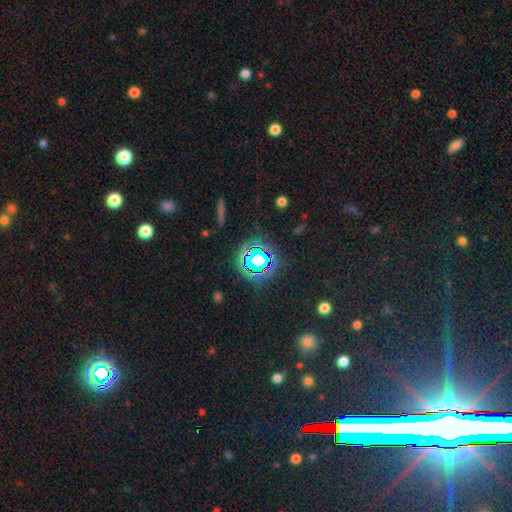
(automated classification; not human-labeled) A star or artifact, not a galaxy (80%).

Vote fractions:
- Smooth or featured? star or artifact: 80% / smooth: 10% / featured or disk: 10%